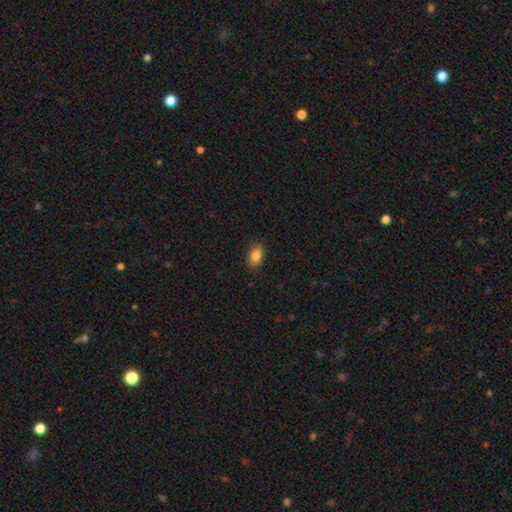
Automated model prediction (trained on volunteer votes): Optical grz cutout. It shows a smooth galaxy with no disk features (84%) that is in between round and cigar-shaped (83%). Merging: none (83%).